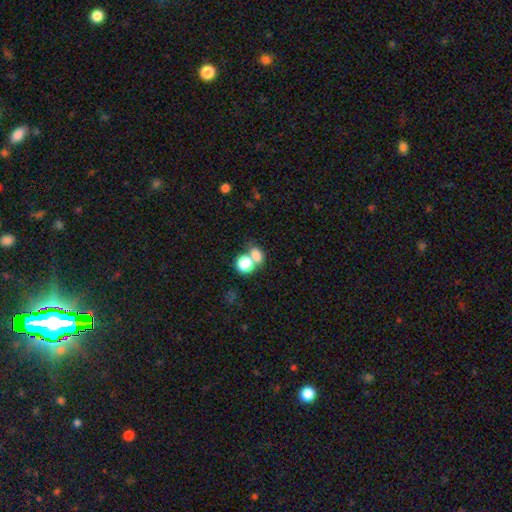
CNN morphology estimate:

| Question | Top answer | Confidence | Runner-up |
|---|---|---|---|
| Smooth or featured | smooth | 77% | star or artifact (13%) |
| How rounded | in between | 50% | round (48%) |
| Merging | merger | 49% | none (38%) |